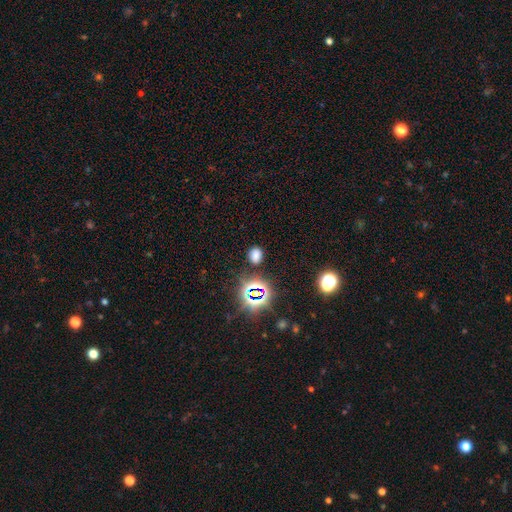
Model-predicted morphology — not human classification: smooth 66%, star or artifact 28%, featured or disk 6%. Down the decision tree: how rounded — in between (51%); merging — none (83%).